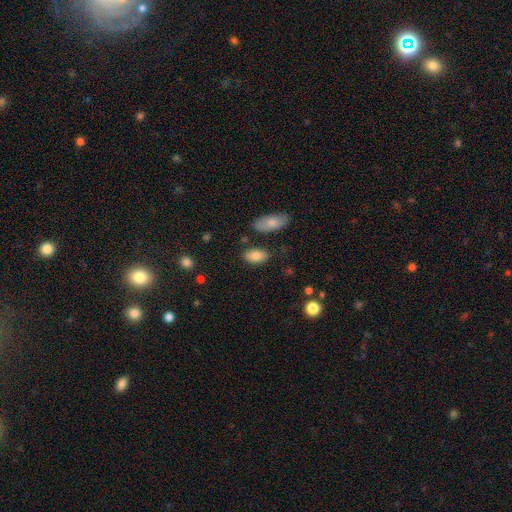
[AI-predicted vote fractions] Morphology: type=smooth (83%); roundness=in between (92%); merging=none (80%).